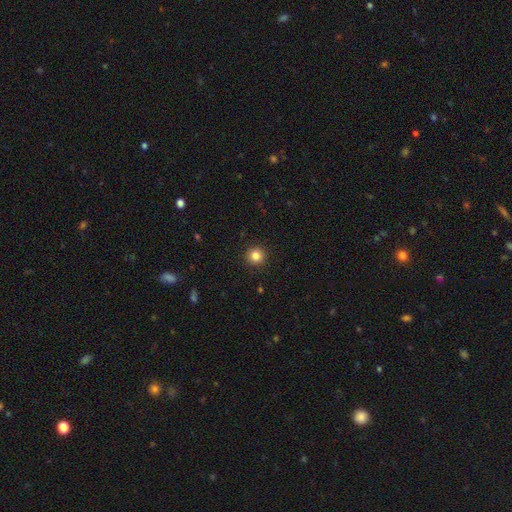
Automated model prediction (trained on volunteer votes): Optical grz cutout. It shows a smooth galaxy with no disk features (84%) that is round (95%). Merging: none (93%).